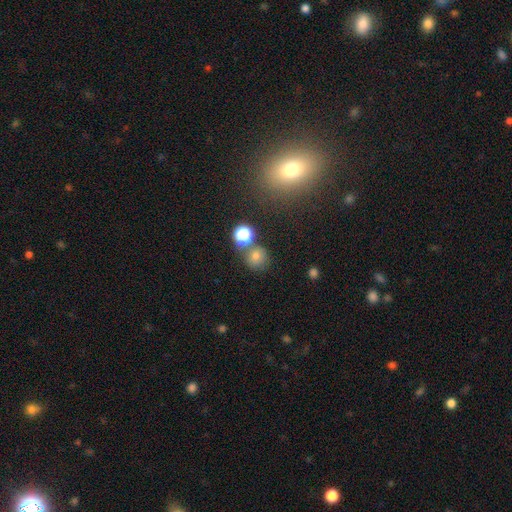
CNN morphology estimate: This is likely a smooth galaxy (70%). How rounded: clearly round (87%). Merging: likely none (69%).